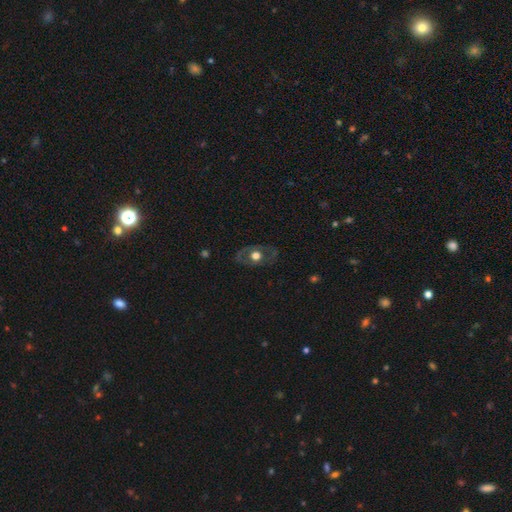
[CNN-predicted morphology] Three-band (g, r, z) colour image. It shows a featured or disk galaxy (55%) with no bar (90%), no spiral arms (82%) and a moderate central bulge (54%). Merging: none (77%).